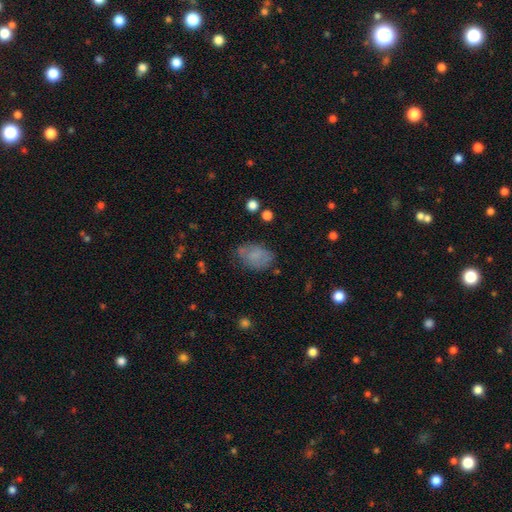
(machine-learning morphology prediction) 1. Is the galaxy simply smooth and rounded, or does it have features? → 70% smooth, 19% featured or disk, 11% star or artifact.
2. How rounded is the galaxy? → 85% in between, 13% round, 1% cigar-shaped.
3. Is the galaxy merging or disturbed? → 60% none, 26% minor disturbance, 11% major disturbance, 4% merger.